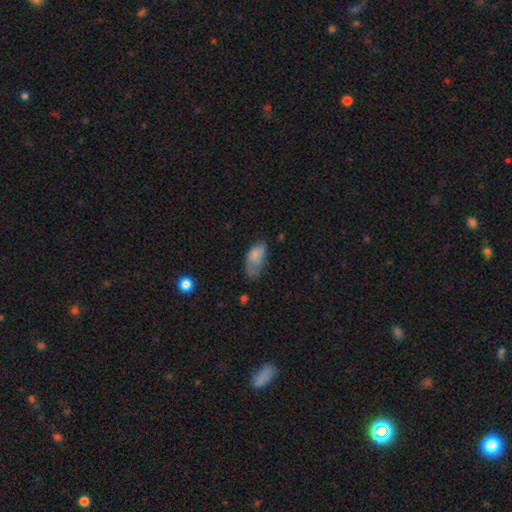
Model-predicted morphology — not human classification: This appears to be a smooth galaxy with no disk features (75%) that is in between round and cigar-shaped (90%). Merging: none (38%).